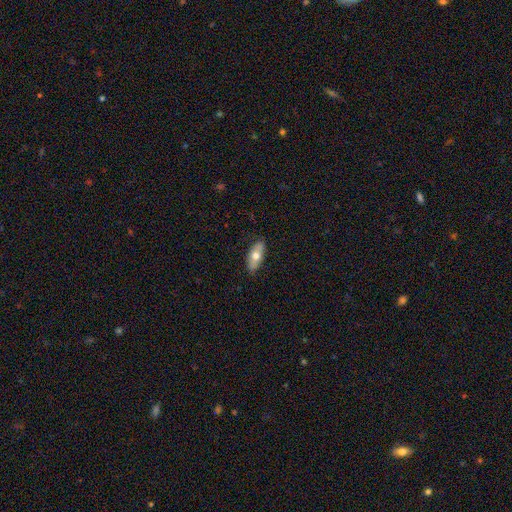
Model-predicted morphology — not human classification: smooth-or-featured: smooth: 64% | featured or disk: 30% | star or artifact: 6%
  how-rounded: in between: 80% | cigar-shaped: 16% | round: 3%
  merging: none: 86% | minor disturbance: 11% | major disturbance: 2% | merger: 1%